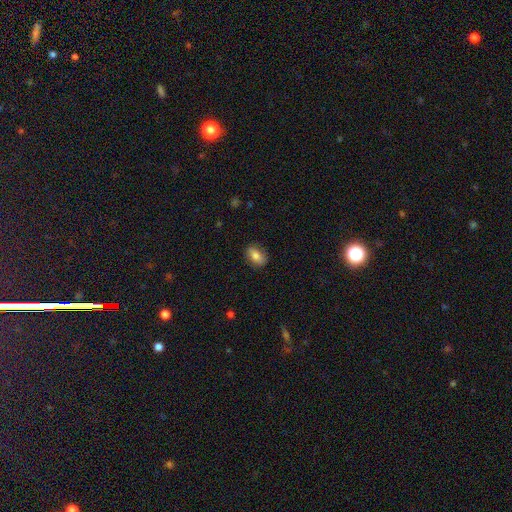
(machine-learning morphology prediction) The model was most divided on "smooth or featured": smooth: 78%, featured or disk: 14%, star or artifact: 8%. More confident: how rounded — in between (84%); merging — none (84%).